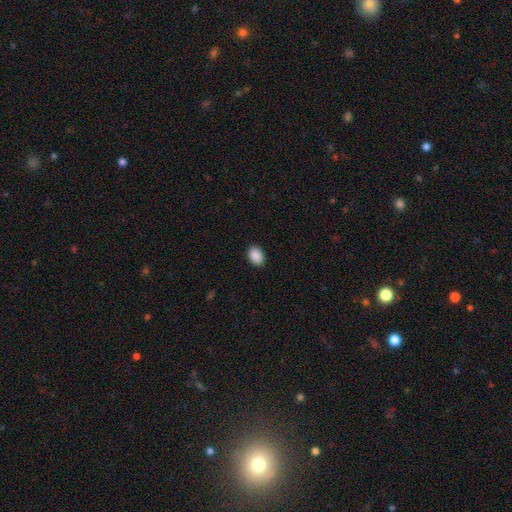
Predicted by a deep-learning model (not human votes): smooth 90%, star or artifact 7%, featured or disk 2%. Down the decision tree: how rounded — in between (77%); merging — none (90%).